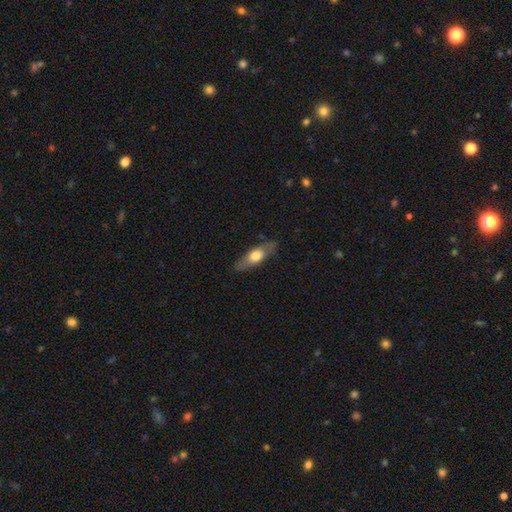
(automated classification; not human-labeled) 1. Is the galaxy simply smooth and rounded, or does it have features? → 56% smooth, 39% featured or disk, 5% star or artifact.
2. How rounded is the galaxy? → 61% in between, 35% cigar-shaped, 4% round.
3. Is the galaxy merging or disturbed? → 79% none, 15% minor disturbance, 4% major disturbance, 1% merger.